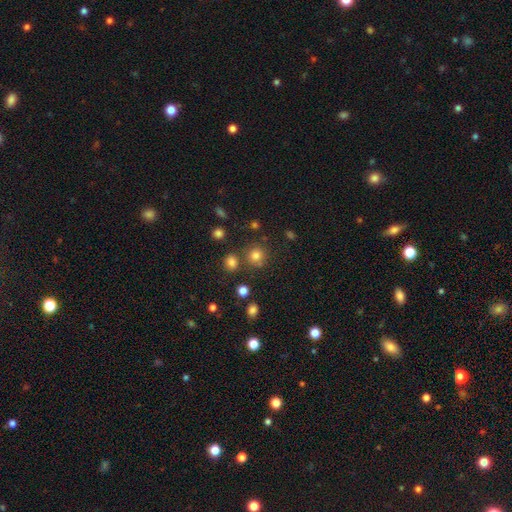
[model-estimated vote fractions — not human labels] A smooth galaxy with no disk features (77%) that is round (91%).

Vote fractions:
- Smooth or featured? smooth: 77% / star or artifact: 17% / featured or disk: 7%
- How rounded? round: 91% / in between: 8% / cigar-shaped: 1%
- Merging? none: 77% / merger: 10% / minor disturbance: 9% / major disturbance: 4%